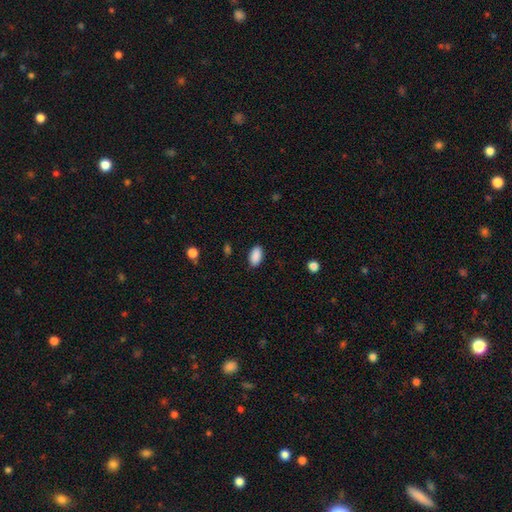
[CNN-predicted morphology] type=smooth (90%); roundness=in between (93%); merging=none (87%).